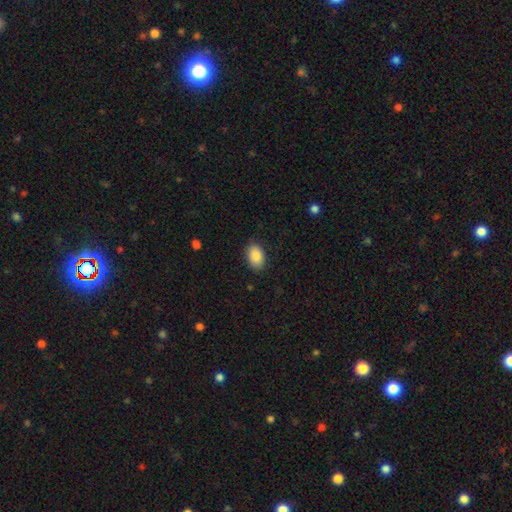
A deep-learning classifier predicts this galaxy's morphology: smooth 88%, star or artifact 7%, featured or disk 5%. Down the decision tree: how rounded — in between (91%); merging — none (86%).